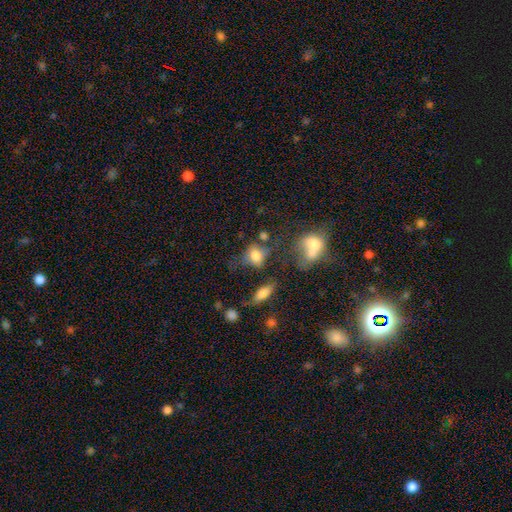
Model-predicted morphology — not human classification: Smooth or featured? Predicted: smooth (p=0.73). How rounded? Predicted: in between (p=0.54). Merging? Predicted: none (p=0.46).